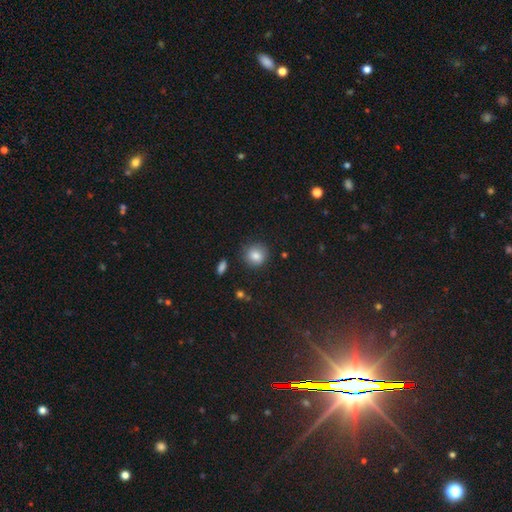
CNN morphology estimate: This appears to be a smooth galaxy with no disk features (83%) that is round (86%). Merging: none (85%).